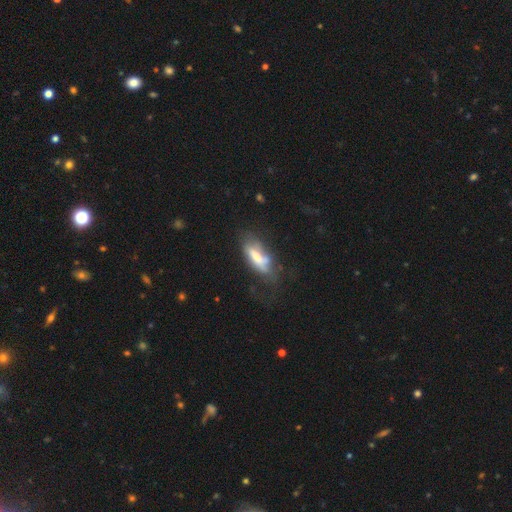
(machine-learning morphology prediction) Smooth or featured? Predicted: smooth (p=0.49). Merging? Predicted: none (p=0.41).